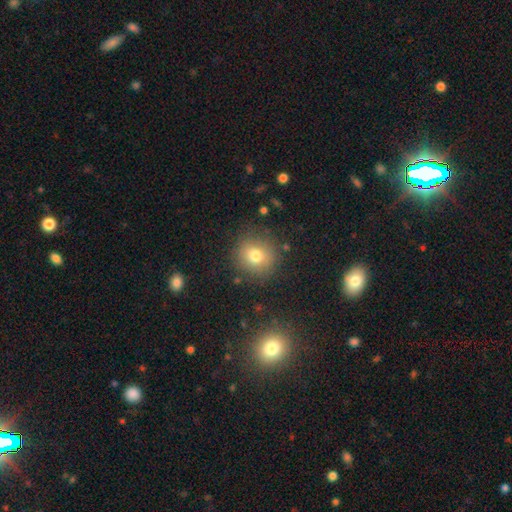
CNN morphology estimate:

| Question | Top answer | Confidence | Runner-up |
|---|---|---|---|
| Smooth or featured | smooth | 74% | star or artifact (14%) |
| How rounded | round | 89% | in between (10%) |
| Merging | none | 84% | minor disturbance (10%) |